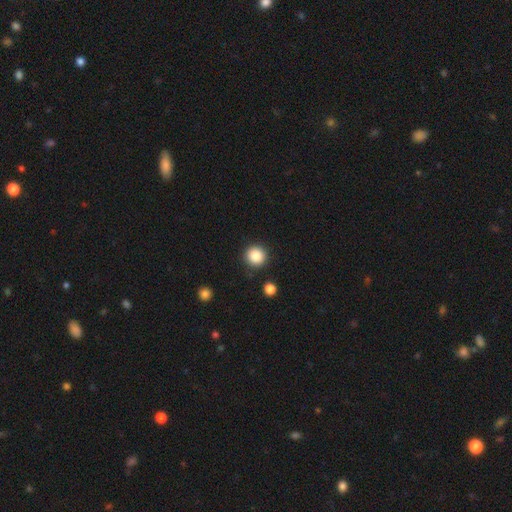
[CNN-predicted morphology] smooth 86%, star or artifact 10%, featured or disk 4%. Down the decision tree: how rounded — round (94%); merging — none (90%).